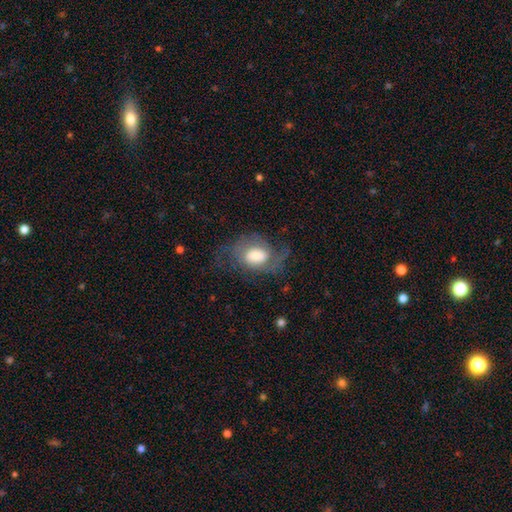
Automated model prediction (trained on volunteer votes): Morphology: type=featured or disk (69%); edge-on=no (97%); bar=no (56%); spiral arms=yes (89%); winding=medium (47%); arm count=2 (66%); bulge=large (41%); merging=none (54%).